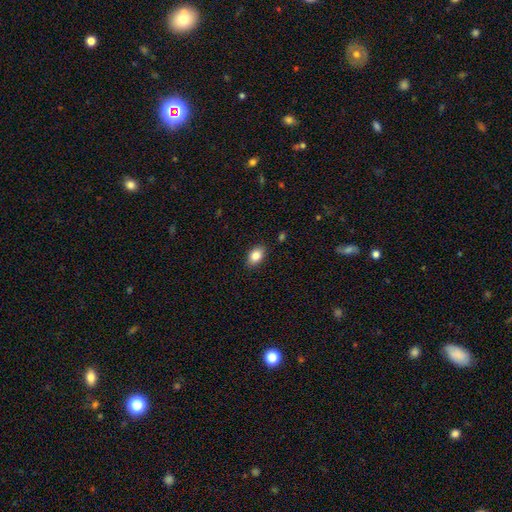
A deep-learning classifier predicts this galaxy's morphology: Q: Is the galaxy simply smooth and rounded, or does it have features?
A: smooth — 85%.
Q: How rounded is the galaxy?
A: in between — 86%.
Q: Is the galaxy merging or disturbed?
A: none — 86%.